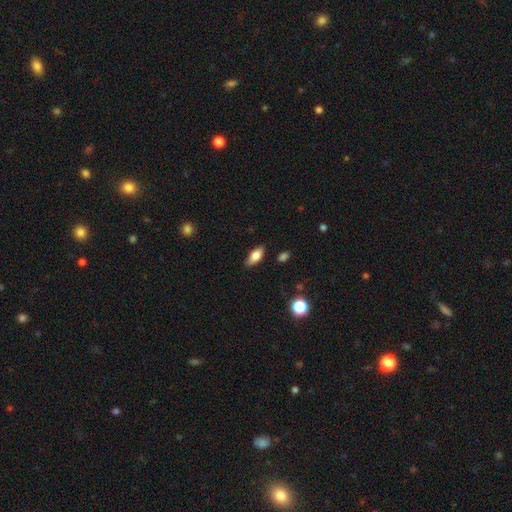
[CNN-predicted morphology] type=smooth (78%); roundness=in between (84%); merging=none (84%).